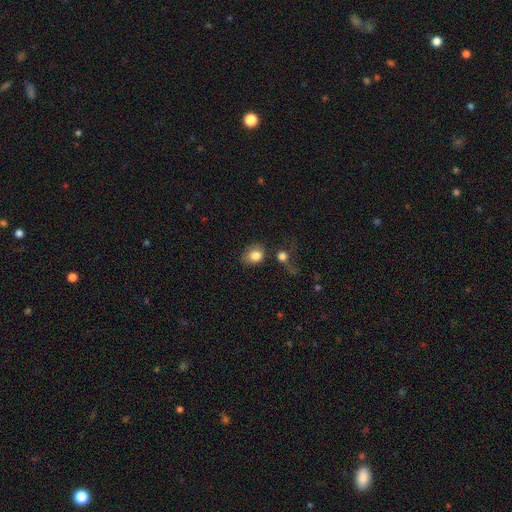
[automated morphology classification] Smooth or featured? smooth (83%)
How rounded? in between (59%)
Merging? none (56%)